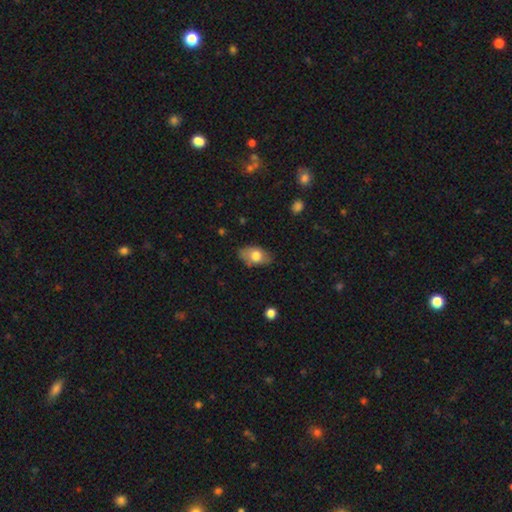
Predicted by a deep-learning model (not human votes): Smooth or featured?
  - smooth: 72% *
  - featured or disk: 21%
  - star or artifact: 7%
How rounded?
  - in between: 90% *
  - round: 8%
  - cigar-shaped: 2%
Merging?
  - none: 74% *
  - minor disturbance: 21%
  - major disturbance: 4%
  - merger: 1%